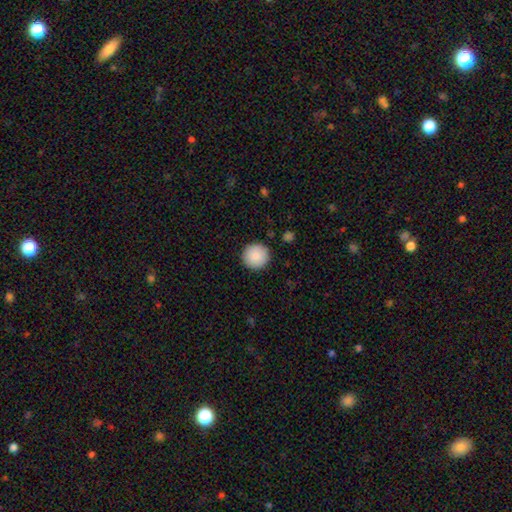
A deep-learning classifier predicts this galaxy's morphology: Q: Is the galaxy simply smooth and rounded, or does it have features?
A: smooth — 89%.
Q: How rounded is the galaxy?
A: round — 96%.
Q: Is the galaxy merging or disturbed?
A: none — 92%.